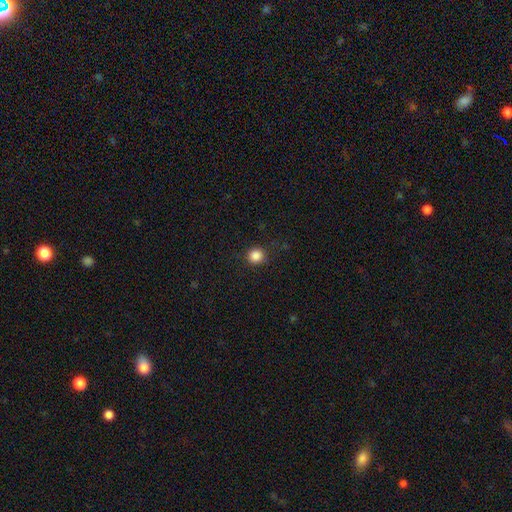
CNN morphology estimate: Smooth or featured?
  - smooth: 86% *
  - star or artifact: 11%
  - featured or disk: 3%
How rounded?
  - round: 91% *
  - in between: 8%
  - cigar-shaped: 1%
Merging?
  - none: 88% *
  - minor disturbance: 8%
  - major disturbance: 3%
  - merger: 1%